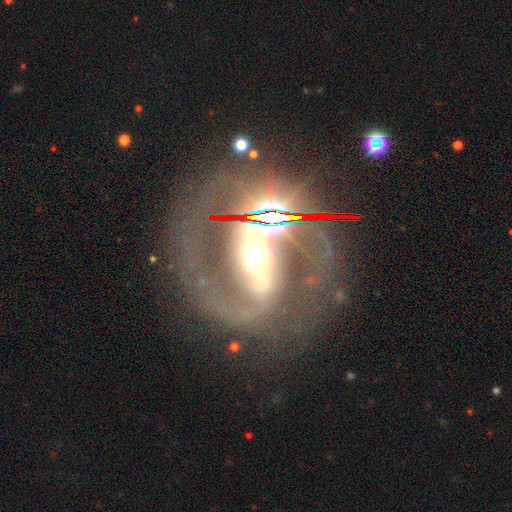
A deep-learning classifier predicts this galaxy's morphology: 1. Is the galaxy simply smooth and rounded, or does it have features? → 88% featured or disk, 8% star or artifact, 4% smooth.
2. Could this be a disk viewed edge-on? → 95% no, 5% yes.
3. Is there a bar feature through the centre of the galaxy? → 75% strong, 16% weak, 8% no.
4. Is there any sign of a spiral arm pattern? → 94% yes, 6% no.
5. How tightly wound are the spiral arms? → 57% medium, 25% tight, 18% loose.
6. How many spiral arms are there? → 91% 2, 3% can't tell, 3% 1, 2% 3, 1% 4, 1% more than 4.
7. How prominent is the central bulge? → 60% moderate, 20% small, 15% large, 3% dominant, 2% none.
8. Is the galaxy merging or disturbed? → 67% none, 14% major disturbance, 14% minor disturbance, 5% merger.